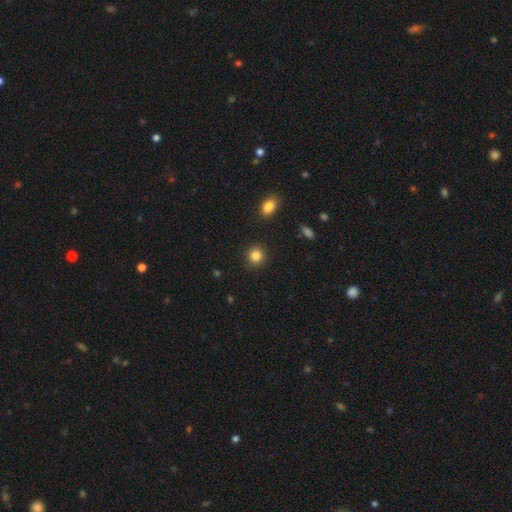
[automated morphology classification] Smooth or featured?
  - smooth: 85% *
  - star or artifact: 10%
  - featured or disk: 5%
How rounded?
  - round: 88% *
  - in between: 11%
  - cigar-shaped: 1%
Merging?
  - none: 90% *
  - minor disturbance: 6%
  - major disturbance: 2%
  - merger: 2%